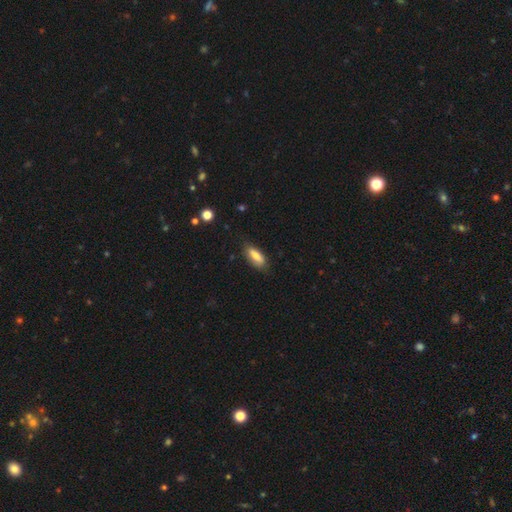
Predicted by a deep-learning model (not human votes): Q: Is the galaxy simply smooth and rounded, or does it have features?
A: smooth — 79%.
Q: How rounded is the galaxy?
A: in between — 71%.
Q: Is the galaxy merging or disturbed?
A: none — 74%.